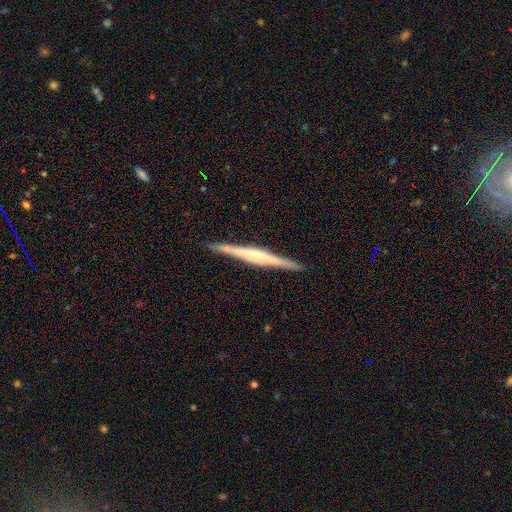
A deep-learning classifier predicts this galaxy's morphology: The model was most divided on "edge-on bulge": rounded: 62%, boxy: 23%, none: 15%. More confident: edge-on disk — yes (98%); merging — none (91%); smooth or featured — featured or disk (79%).